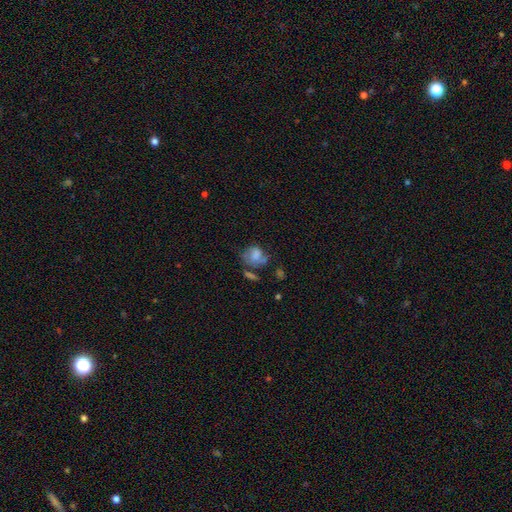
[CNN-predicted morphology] smooth_or_featured: smooth (p=0.65) [alt: featured or disk p=0.25]
how_rounded: round (p=0.52) [alt: in between p=0.46]
merging: none (p=0.35) [alt: minor disturbance p=0.26]